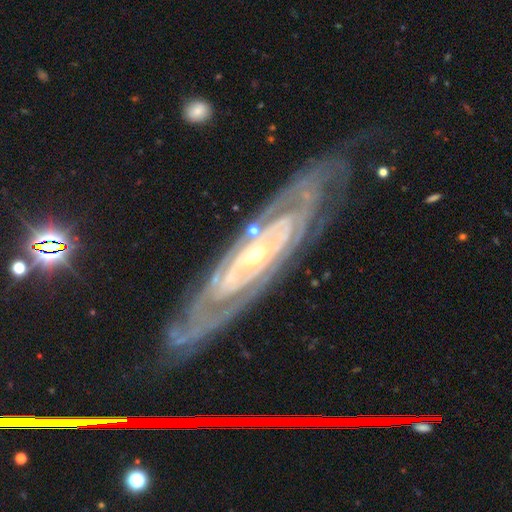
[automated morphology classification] The model was most divided on "spiral arm count": can't tell: 38%, 2: 33%, 3: 9%, more than 4: 7%, 4: 7%, 1: 6%. More confident: spiral arms — yes (92%); smooth or featured — featured or disk (87%); merging — none (80%); edge-on disk — no (79%); spiral winding — tight (71%); bulge size — small (66%); bar — no (56%).